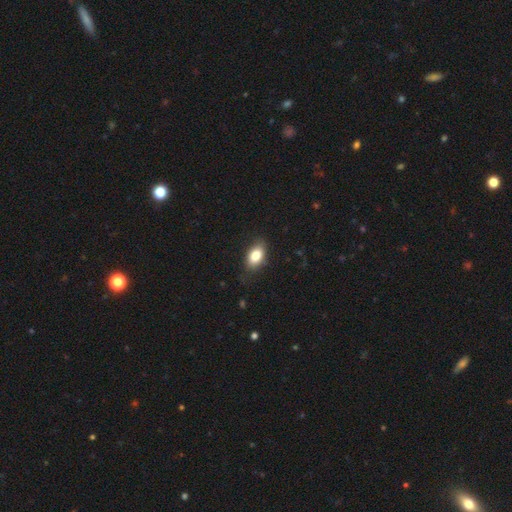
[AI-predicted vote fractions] Smooth or featured: smooth — 82% (featured or disk — 10%)
How rounded: in between — 89% (round — 8%)
Merging: none — 82% (minor disturbance — 14%)